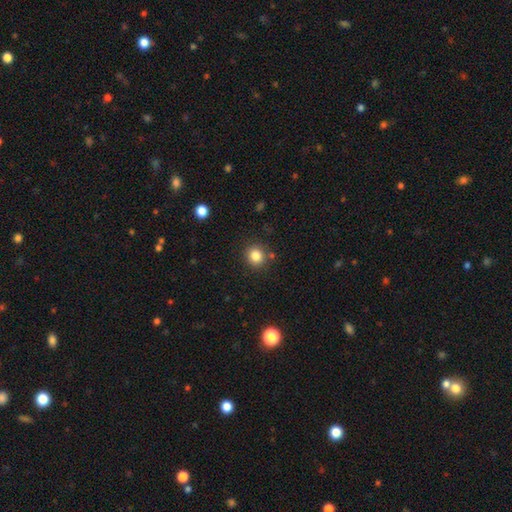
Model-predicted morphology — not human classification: Smooth or featured? smooth (83%)
How rounded? round (87%)
Merging? none (84%)